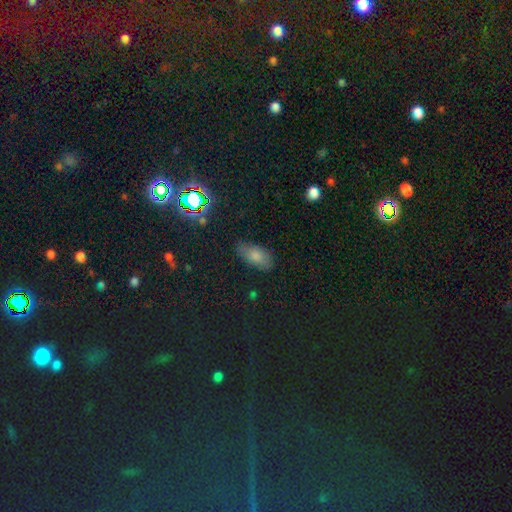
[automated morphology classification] smooth_or_featured: smooth (p=0.74) [alt: star or artifact p=0.14]
how_rounded: in between (p=0.90) [alt: cigar-shaped p=0.05]
merging: none (p=0.77) [alt: minor disturbance p=0.17]